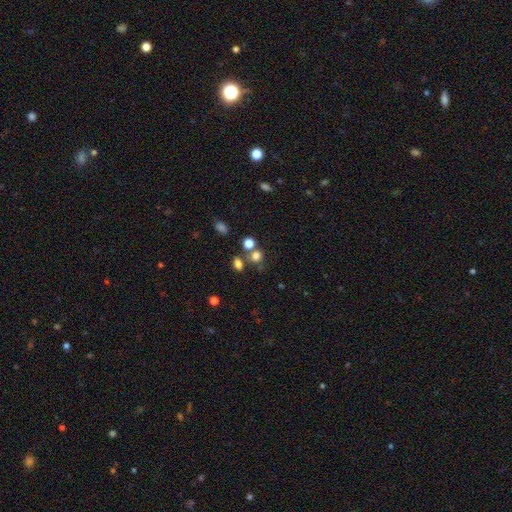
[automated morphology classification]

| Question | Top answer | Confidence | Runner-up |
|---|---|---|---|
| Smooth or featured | smooth | 74% | star or artifact (18%) |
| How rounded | round | 73% | in between (26%) |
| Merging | none | 59% | merger (25%) |